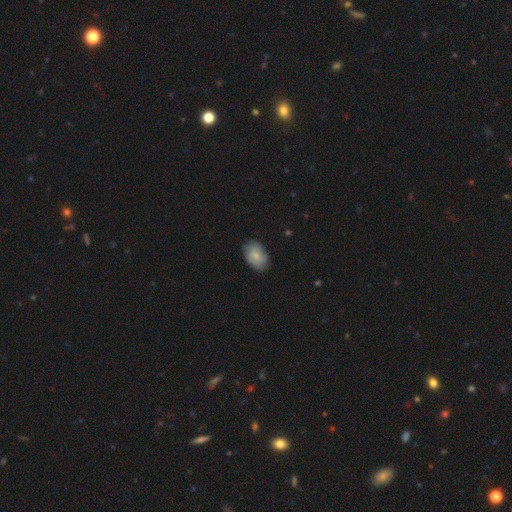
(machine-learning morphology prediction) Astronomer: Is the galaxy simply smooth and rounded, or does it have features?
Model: smooth — 72%.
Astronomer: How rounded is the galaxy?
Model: in between — 85%.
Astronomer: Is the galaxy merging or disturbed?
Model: none — 78%.